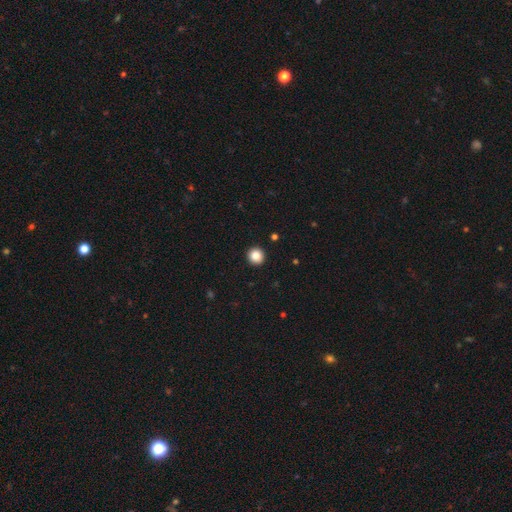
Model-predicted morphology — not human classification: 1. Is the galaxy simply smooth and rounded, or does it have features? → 86% smooth, 10% star or artifact, 4% featured or disk.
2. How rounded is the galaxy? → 95% round, 4% in between, 1% cigar-shaped.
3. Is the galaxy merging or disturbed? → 93% none, 4% minor disturbance, 2% major disturbance, 1% merger.